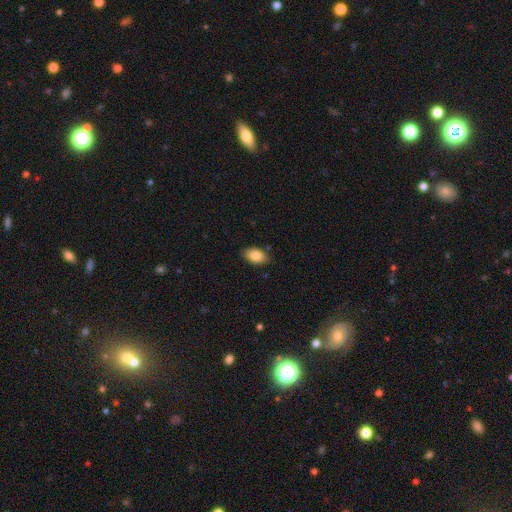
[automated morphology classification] type=smooth (86%); roundness=in between (91%); merging=none (82%).